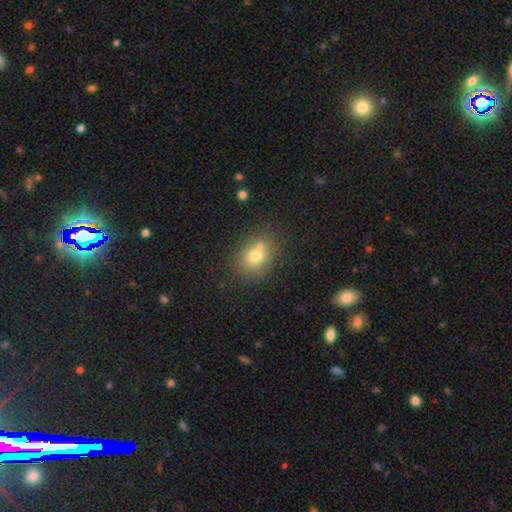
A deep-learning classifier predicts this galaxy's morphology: smooth_or_featured: smooth (p=0.72) [alt: featured or disk p=0.15]
how_rounded: round (p=0.51) [alt: in between p=0.48]
merging: none (p=0.63) [alt: merger p=0.20]